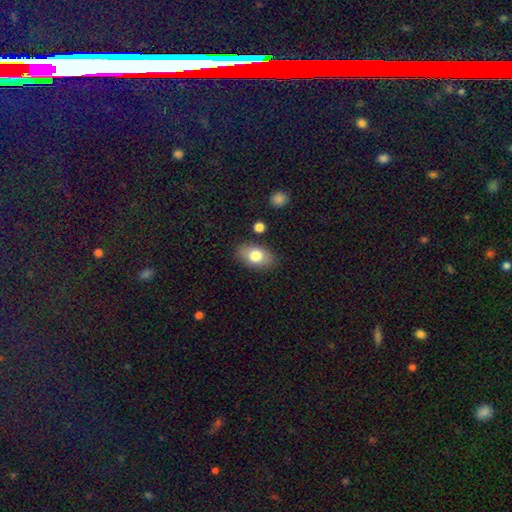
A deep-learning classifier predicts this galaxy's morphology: Smooth or featured? Predicted: smooth (p=0.78). How rounded? Predicted: in between (p=0.88). Merging? Predicted: none (p=0.83).